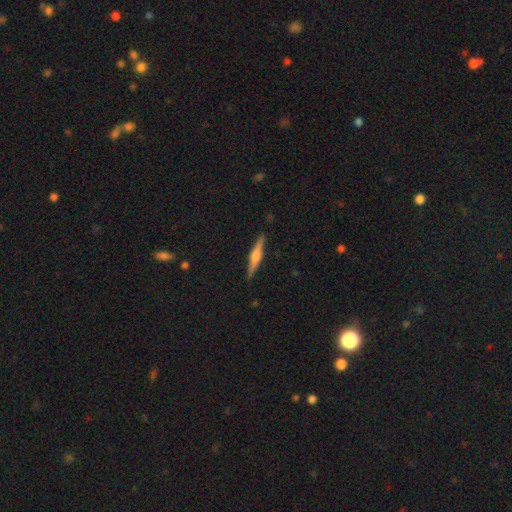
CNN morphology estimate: Smooth or featured? featured or disk (68%)
Edge-on disk? yes (98%)
Edge-on bulge? rounded (83%)
Merging? none (90%)